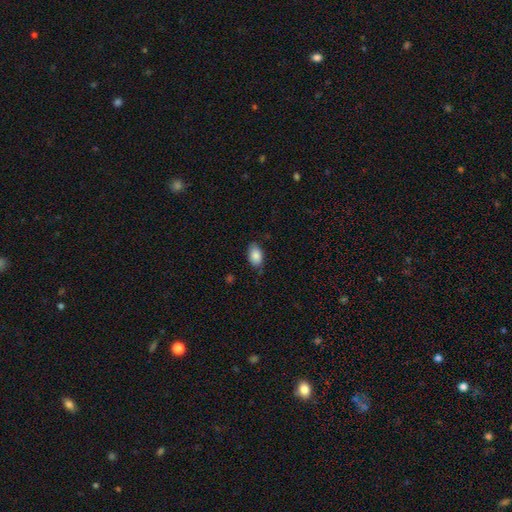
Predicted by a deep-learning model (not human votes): A smooth galaxy with no disk features (87%) that is in between round and cigar-shaped (91%). Merging: none (78%).